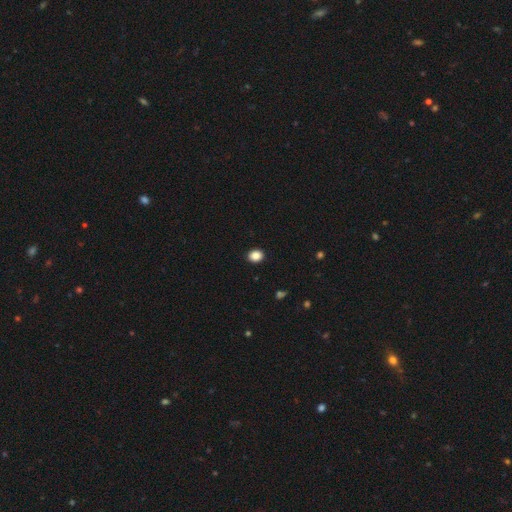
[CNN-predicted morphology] A smooth galaxy with no disk features (87%) that is round (56%). Merging: none (92%).